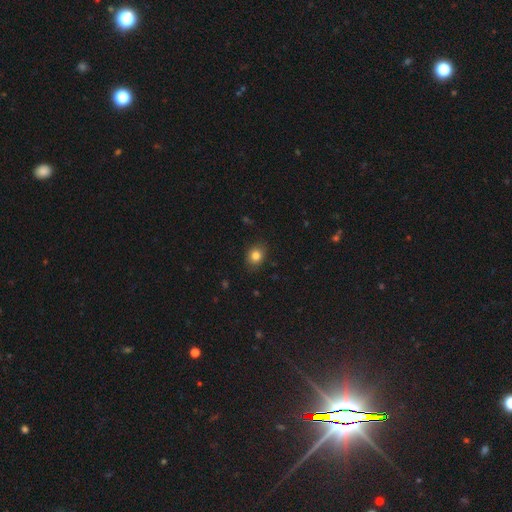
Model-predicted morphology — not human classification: type=smooth (82%); roundness=round (58%); merging=none (87%).